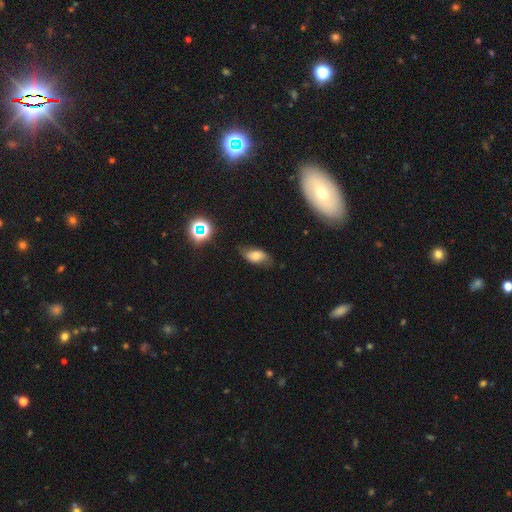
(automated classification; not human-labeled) Q: Smooth or featured?
A: smooth (56%); runner-up: featured or disk (30%)
Q: How rounded?
A: in between (89%); runner-up: round (7%)
Q: Merging?
A: none (64%); runner-up: minor disturbance (26%)